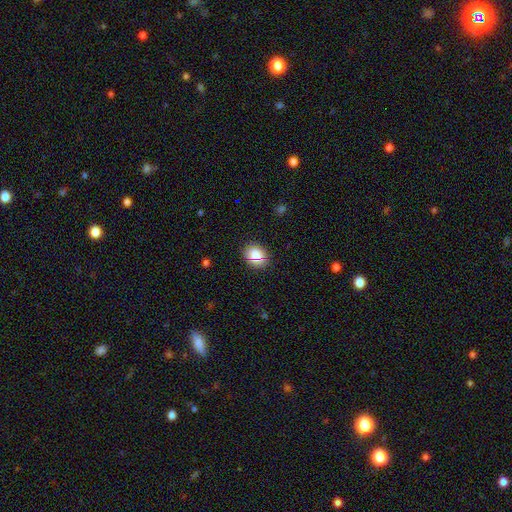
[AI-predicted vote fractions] Overall: smooth (77%). How rounded: round (62%; in between 37%). Merging: none (87%).